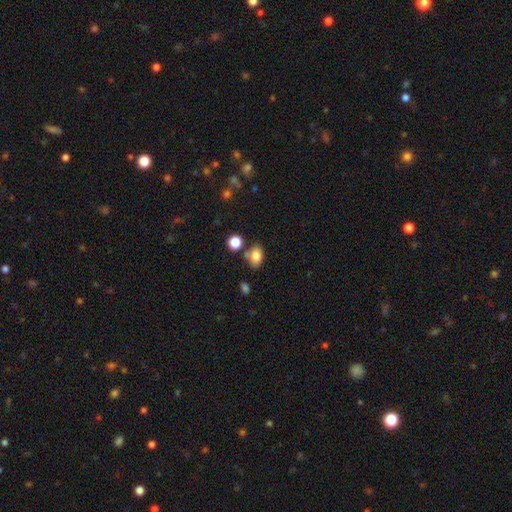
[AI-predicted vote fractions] Morphology: type=smooth (81%); roundness=in between (76%); merging=none (68%).